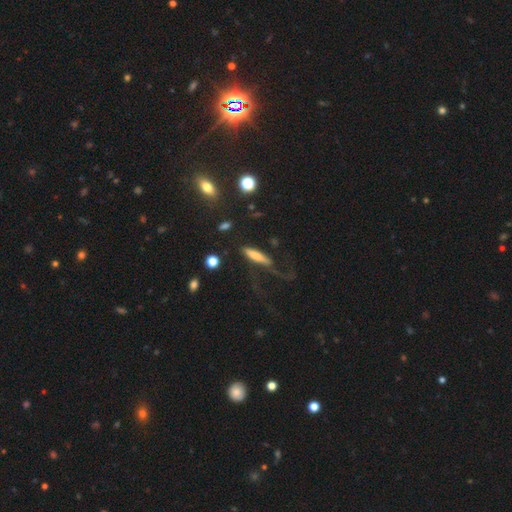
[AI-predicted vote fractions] smooth-or-featured: smooth: 68% | featured or disk: 23% | star or artifact: 9%
  how-rounded: cigar-shaped: 77% | in between: 20% | round: 4%
  merging: none: 44% | major disturbance: 31% | minor disturbance: 20% | merger: 5%